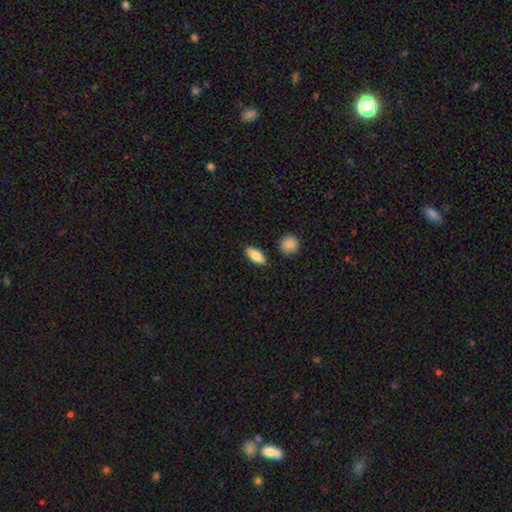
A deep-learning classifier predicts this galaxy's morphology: Smooth or featured: smooth — 84% (featured or disk — 10%)
How rounded: in between — 84% (cigar-shaped — 13%)
Merging: none — 86% (minor disturbance — 9%)